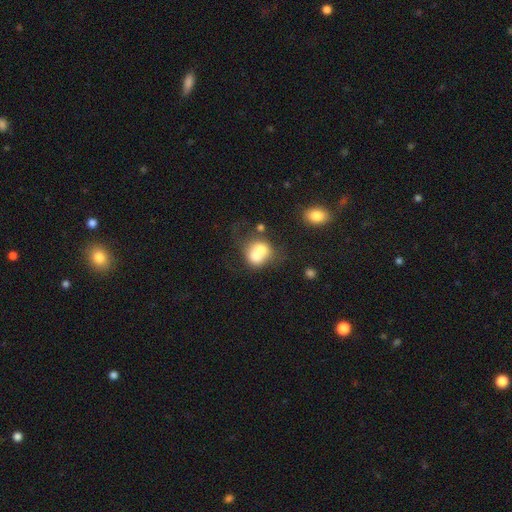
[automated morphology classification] Smooth or featured? Predicted: smooth (p=0.65). How rounded? Predicted: round (p=0.67). Merging? Predicted: merger (p=0.65).